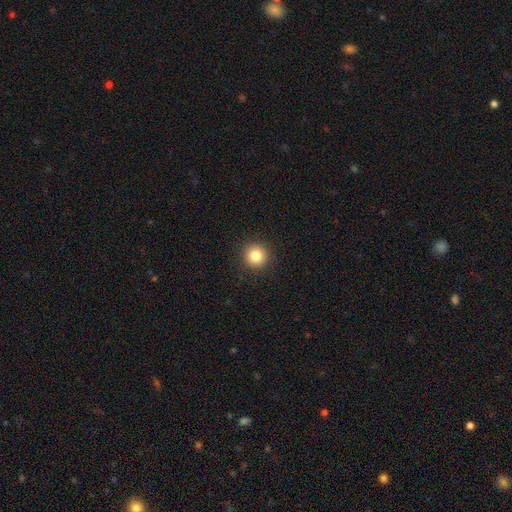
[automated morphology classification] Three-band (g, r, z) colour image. It shows a smooth galaxy with no disk features (83%) that is round (95%). Merging: none (93%).